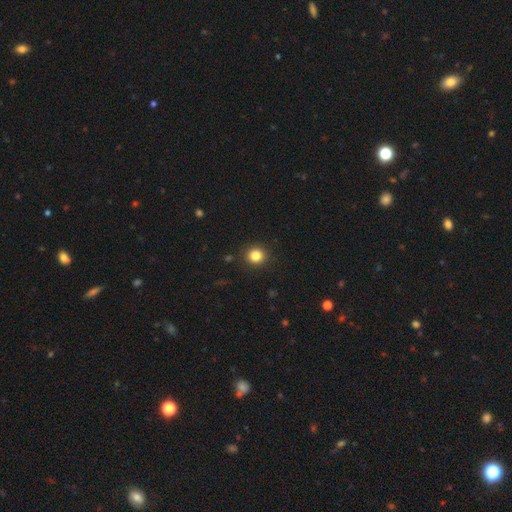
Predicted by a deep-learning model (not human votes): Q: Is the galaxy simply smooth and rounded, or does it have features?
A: smooth — 84%.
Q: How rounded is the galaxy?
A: round — 92%.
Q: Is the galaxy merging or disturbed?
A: none — 91%.